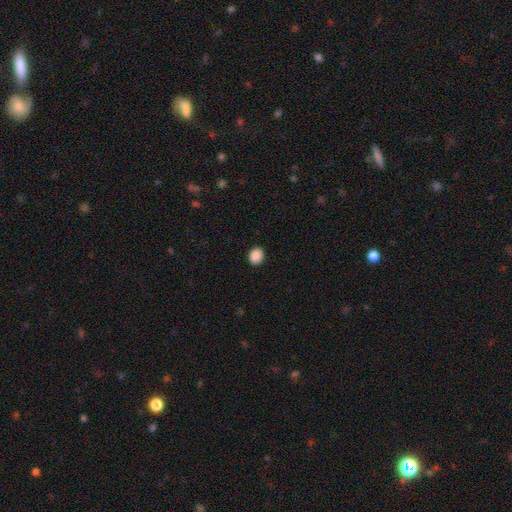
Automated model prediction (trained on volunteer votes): Smooth or featured: smooth — 89% (star or artifact — 8%)
How rounded: round — 55% (in between — 44%)
Merging: none — 91% (minor disturbance — 6%)